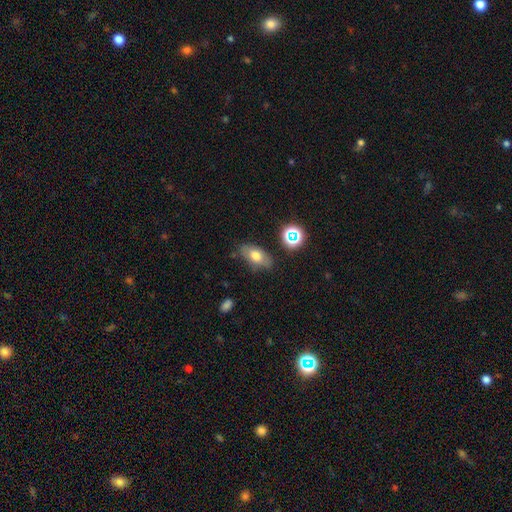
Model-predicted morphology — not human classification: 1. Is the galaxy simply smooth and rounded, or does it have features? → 69% smooth, 19% featured or disk, 11% star or artifact.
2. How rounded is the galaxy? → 87% in between, 8% round, 5% cigar-shaped.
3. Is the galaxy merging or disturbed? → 77% none, 16% minor disturbance, 4% major disturbance, 3% merger.